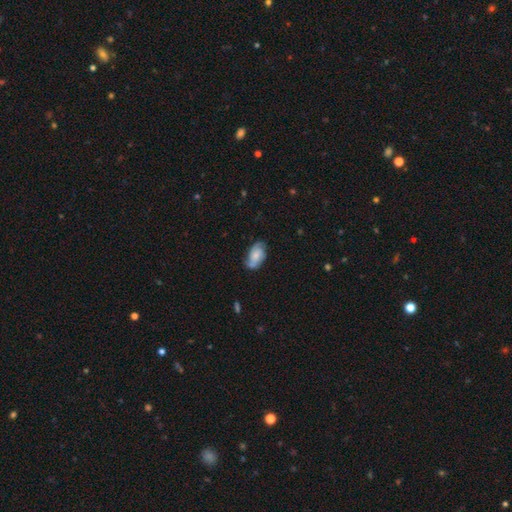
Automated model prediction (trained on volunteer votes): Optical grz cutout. It shows a featured or disk galaxy (54%) with no bar (69%), spiral arms (88%) and a small central bulge (49%). Merging: none (61%).